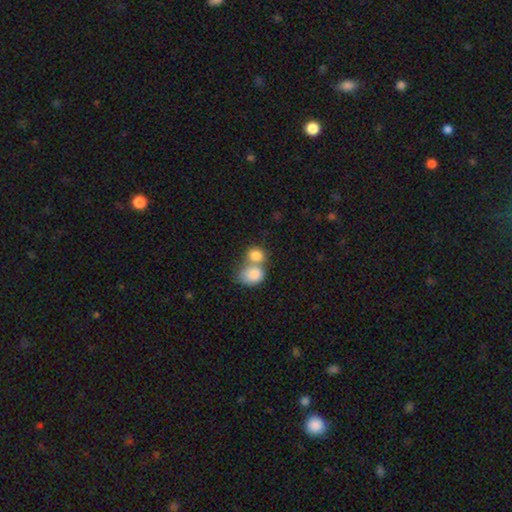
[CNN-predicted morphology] Overall: smooth (83%). How rounded: in between (50%; round 49%). Merging: merger (64%; none 25%).